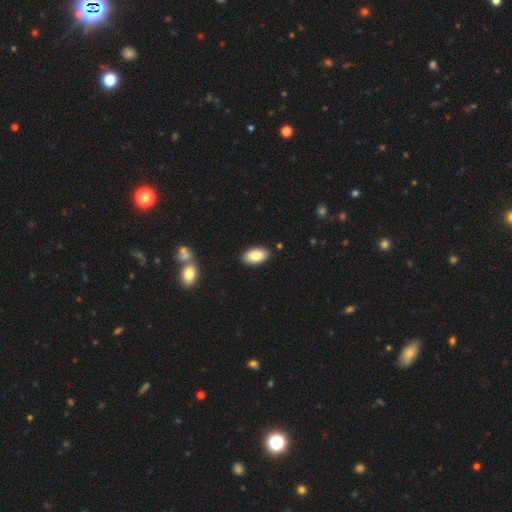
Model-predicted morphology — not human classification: Smooth or featured?
  - smooth: 85% *
  - featured or disk: 9%
  - star or artifact: 7%
How rounded?
  - in between: 94% *
  - cigar-shaped: 3%
  - round: 2%
Merging?
  - none: 88% *
  - minor disturbance: 8%
  - merger: 2%
  - major disturbance: 2%